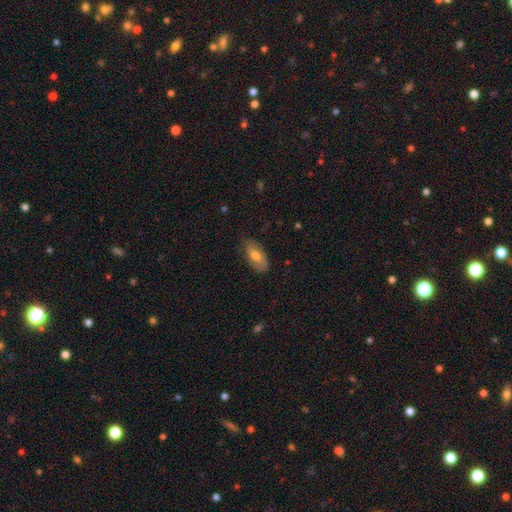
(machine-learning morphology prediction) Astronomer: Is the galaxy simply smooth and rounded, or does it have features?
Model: smooth — 66%.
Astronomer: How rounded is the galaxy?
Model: in between — 89%.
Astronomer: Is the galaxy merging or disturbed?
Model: none — 73%.